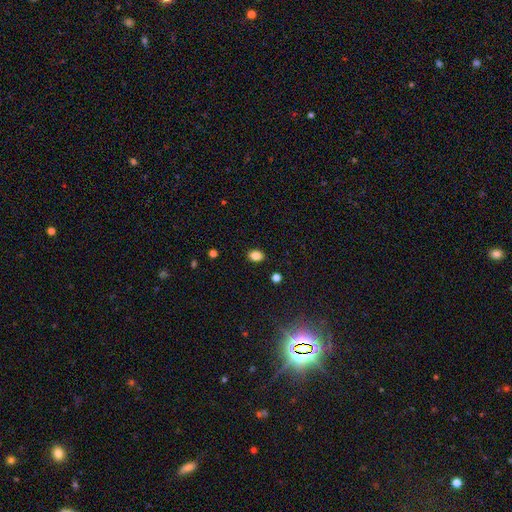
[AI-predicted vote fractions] Smooth or featured? Predicted: smooth (p=0.84). How rounded? Predicted: in between (p=0.69). Merging? Predicted: none (p=0.88).